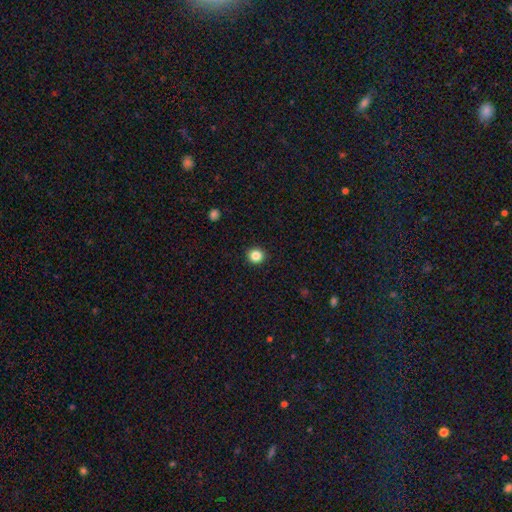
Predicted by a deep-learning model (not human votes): Overall: smooth (85%). How rounded: round (92%). Merging: none (93%).